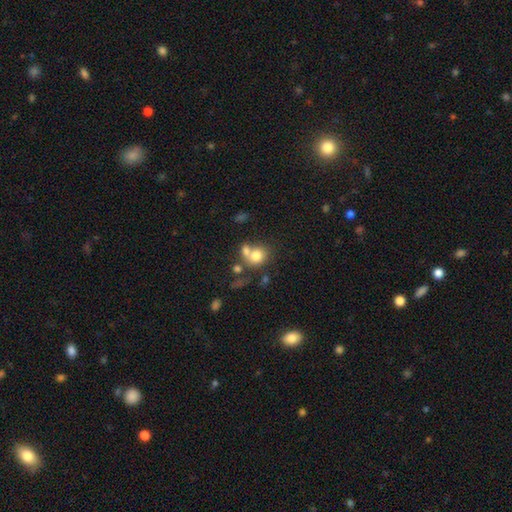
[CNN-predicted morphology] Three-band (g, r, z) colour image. It shows a smooth galaxy with no disk features (74%) that is round (67%). Merging: merger (43%).